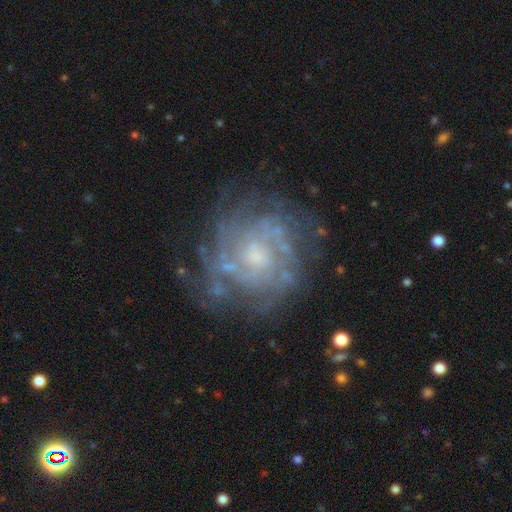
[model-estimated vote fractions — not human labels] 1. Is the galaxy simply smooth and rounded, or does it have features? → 81% featured or disk, 10% smooth, 9% star or artifact.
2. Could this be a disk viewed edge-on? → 98% no, 2% yes.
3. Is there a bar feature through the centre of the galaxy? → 72% no, 24% weak, 4% strong.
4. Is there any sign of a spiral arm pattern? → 85% yes, 15% no.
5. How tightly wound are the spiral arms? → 63% tight, 29% medium, 9% loose.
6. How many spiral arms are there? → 49% can't tell, 13% 3, 13% 4, 12% 2, 8% more than 4, 6% 1.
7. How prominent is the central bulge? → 51% small, 34% moderate, 10% none, 3% large, 1% dominant.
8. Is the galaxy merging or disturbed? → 72% none, 16% minor disturbance, 9% major disturbance, 2% merger.